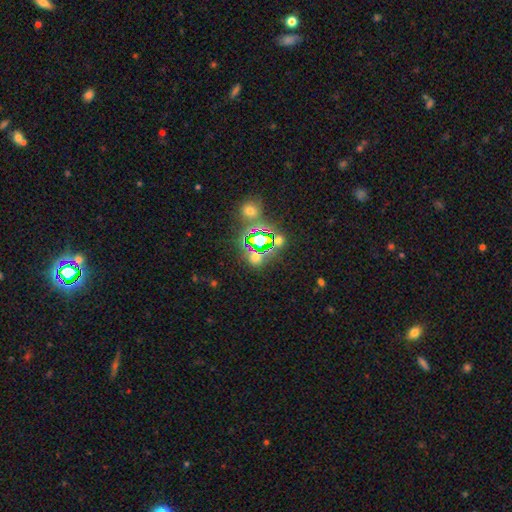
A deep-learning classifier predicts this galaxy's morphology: Q: Smooth or featured?
A: star or artifact (66%); runner-up: smooth (24%)